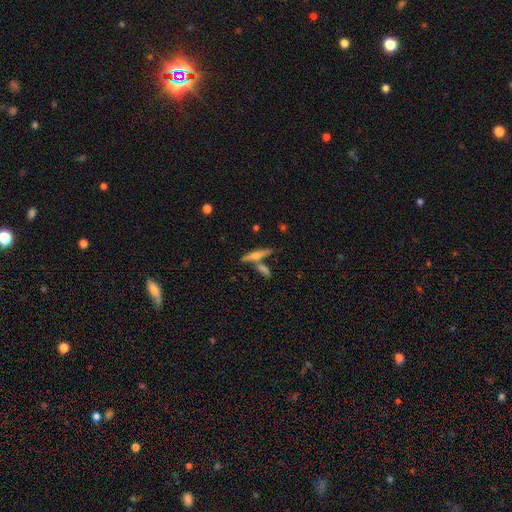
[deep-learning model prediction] Smooth or featured? featured or disk (52%)
Edge-on disk? yes (93%)
Merging? none (65%)